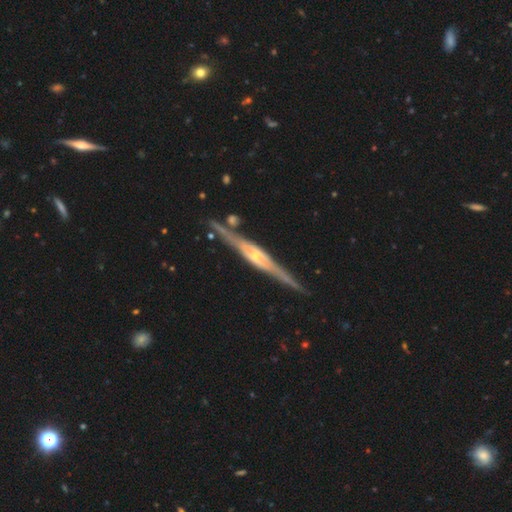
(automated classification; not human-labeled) This is clearly a featured or disk galaxy (88%). It is clearly viewed edge-on (97%). Edge-on bulge: likely rounded (62%). Merging: clearly none (84%).